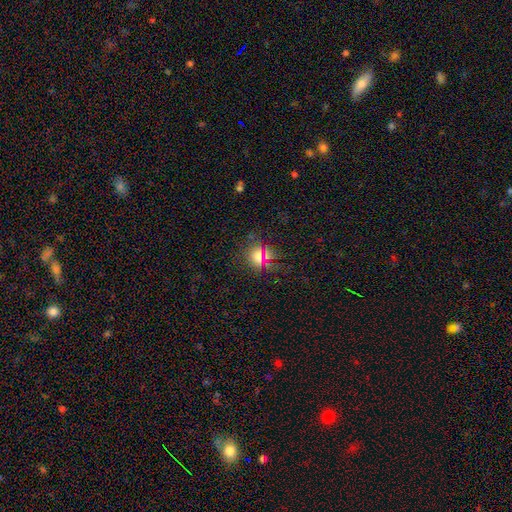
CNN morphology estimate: Smooth or featured: smooth — 58% (star or artifact — 32%)
How rounded: round — 75% (in between — 22%)
Merging: none — 79% (minor disturbance — 11%)